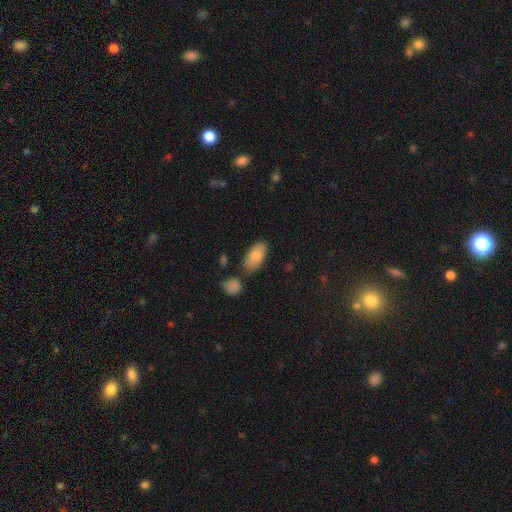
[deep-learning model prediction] Morphology: type=smooth (83%); roundness=in between (92%); merging=none (76%).